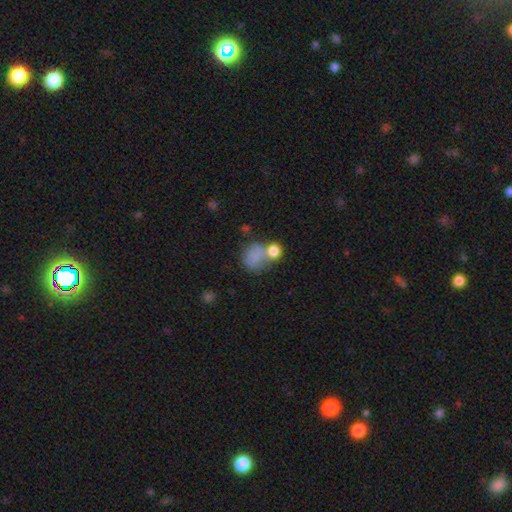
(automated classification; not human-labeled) Morphology: type=smooth (76%); roundness=round (60%); merging=merger (37%).